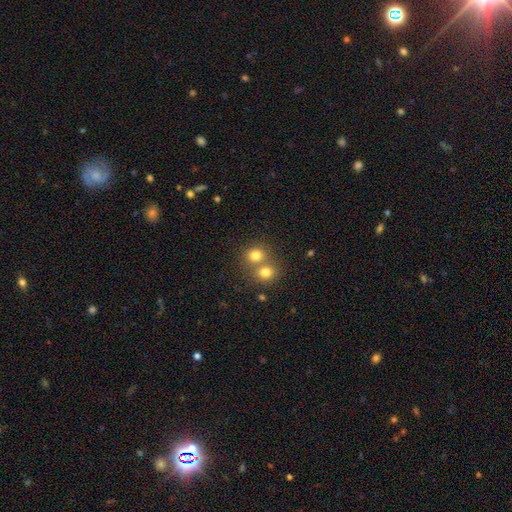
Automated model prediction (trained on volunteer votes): smooth-or-featured: smooth: 77% | star or artifact: 13% | featured or disk: 10%
  how-rounded: round: 78% | in between: 22% | cigar-shaped: 1%
  merging: merger: 49% | none: 43% | minor disturbance: 6% | major disturbance: 3%